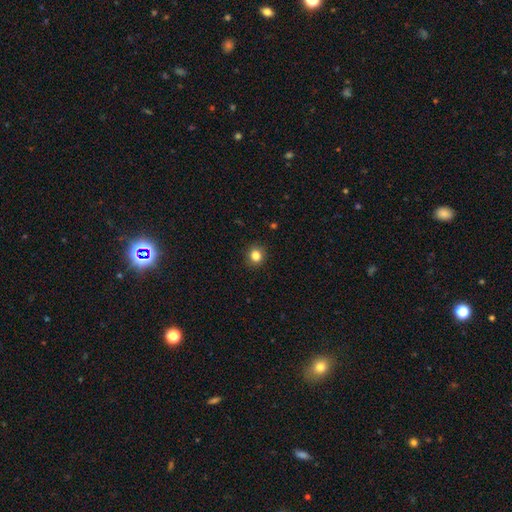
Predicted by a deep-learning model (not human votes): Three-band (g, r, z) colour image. It shows a smooth galaxy with no disk features (84%) that is round (83%). Merging: none (90%).